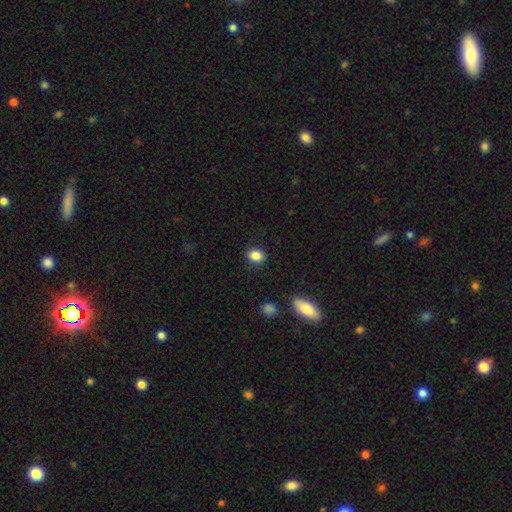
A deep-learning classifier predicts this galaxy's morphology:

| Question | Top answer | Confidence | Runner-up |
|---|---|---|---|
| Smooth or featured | smooth | 86% | star or artifact (9%) |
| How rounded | in between | 59% | round (40%) |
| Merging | none | 87% | minor disturbance (9%) |